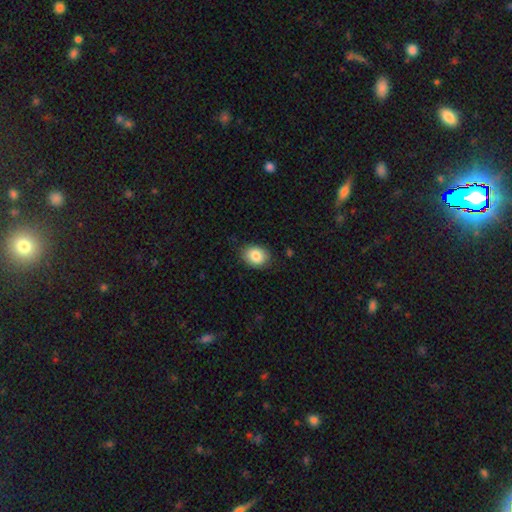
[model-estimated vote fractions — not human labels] Smooth or featured? Predicted: smooth (p=0.86). How rounded? Predicted: in between (p=0.56). Merging? Predicted: none (p=0.84).